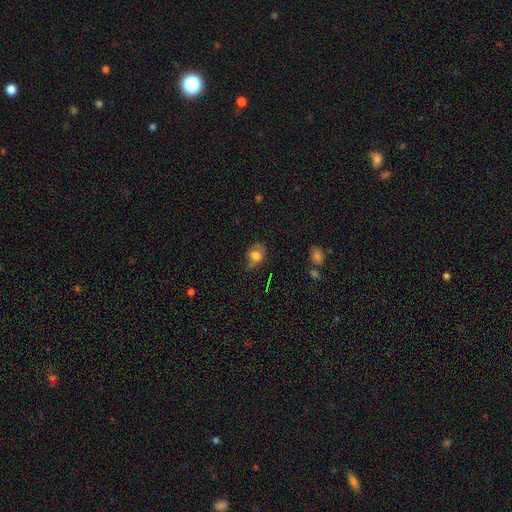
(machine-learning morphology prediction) smooth 73%, featured or disk 15%, star or artifact 12%. Down the decision tree: how rounded — in between (56%); merging — none (55%).